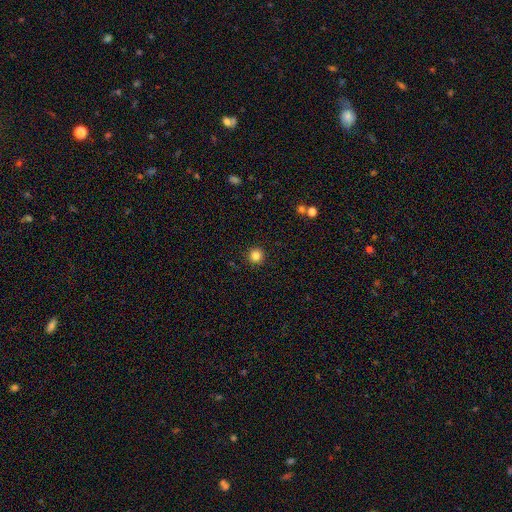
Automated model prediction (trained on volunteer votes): Smooth or featured: smooth — 83% (star or artifact — 12%)
How rounded: round — 96% (in between — 3%)
Merging: none — 93% (minor disturbance — 4%)